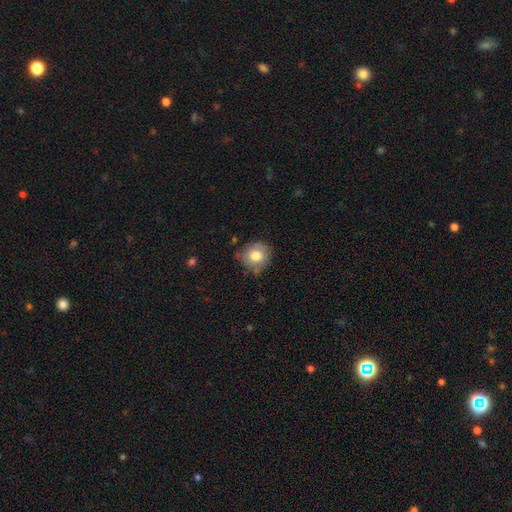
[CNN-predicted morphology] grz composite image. It shows a smooth galaxy with no disk features (78%) that is round (82%). Merging: none (70%).